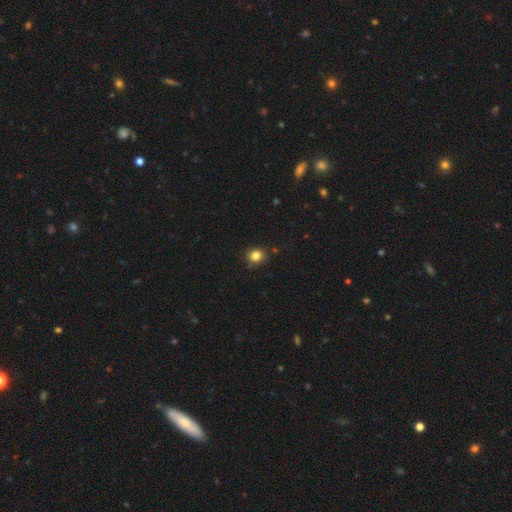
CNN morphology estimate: This is clearly a smooth galaxy (83%). How rounded: clearly round (81%). Merging: clearly none (85%).